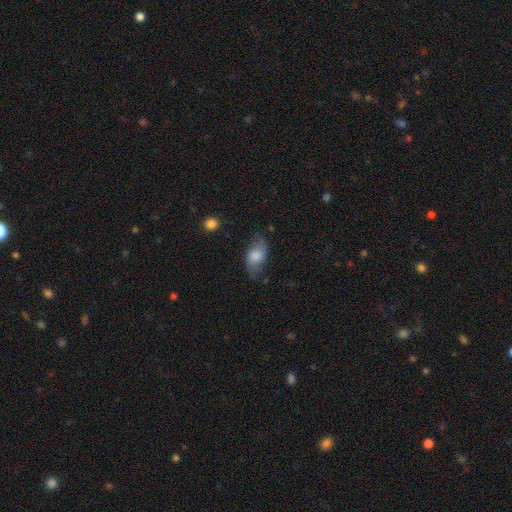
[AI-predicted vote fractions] Smooth or featured? smooth (65%)
How rounded? in between (90%)
Merging? none (66%)